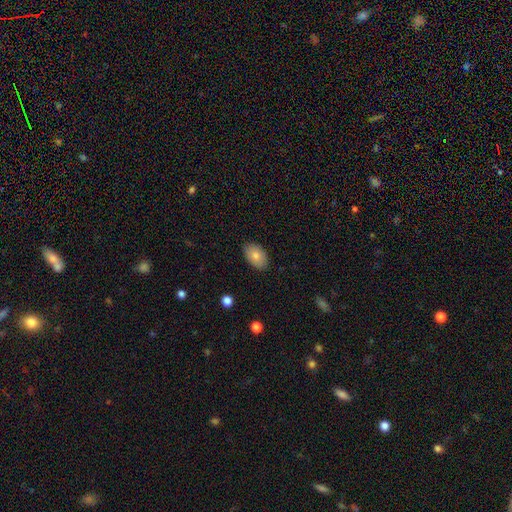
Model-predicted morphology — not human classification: type=smooth (80%); roundness=in between (90%); merging=none (87%).